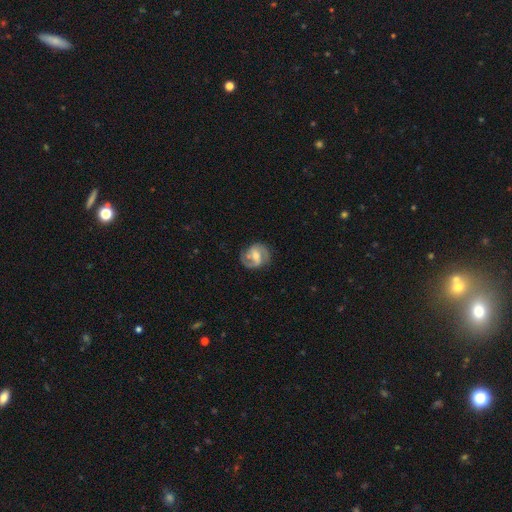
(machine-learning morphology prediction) Smooth or featured? featured or disk (82%)
Edge-on disk? no (98%)
Bar? weak (48%)
Spiral arms? yes (94%)
Spiral winding? medium (51%)
Spiral arm count? 2 (83%)
Bulge size? moderate (60%)
Merging? none (76%)